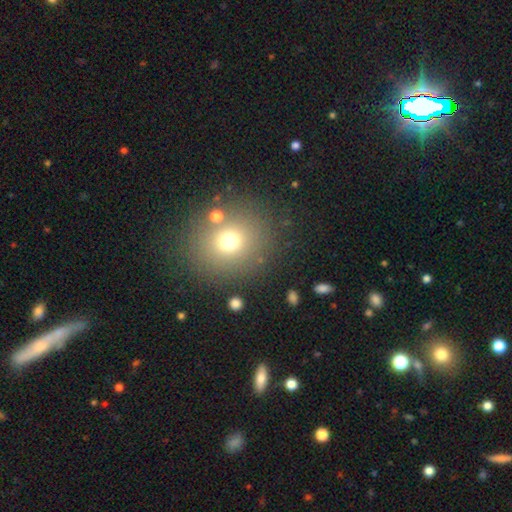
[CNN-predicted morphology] Smooth or featured?
  - smooth: 58% *
  - star or artifact: 31%
  - featured or disk: 11%
How rounded?
  - round: 87% *
  - in between: 12%
  - cigar-shaped: 1%
Merging?
  - none: 84% *
  - minor disturbance: 7%
  - merger: 6%
  - major disturbance: 3%